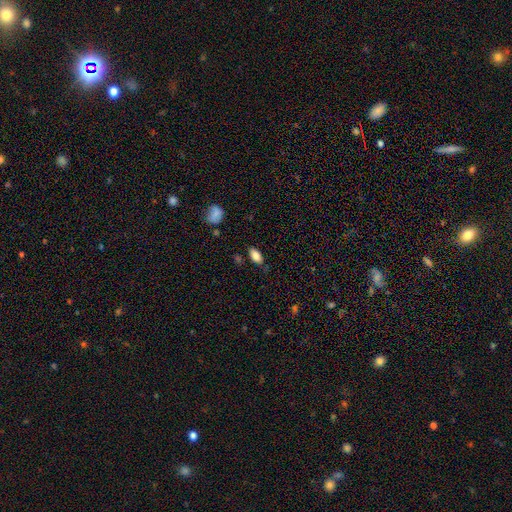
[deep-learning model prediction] The model was most divided on "merging": none: 81%, minor disturbance: 14%, major disturbance: 3%, merger: 2%. More confident: how rounded — in between (91%); smooth or featured — smooth (84%).